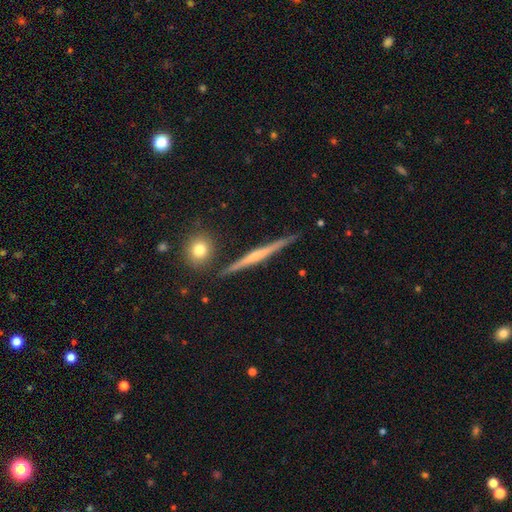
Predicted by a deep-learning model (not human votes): Q: Smooth or featured?
A: featured or disk (75%); runner-up: smooth (17%)
Q: Edge-on disk?
A: yes (98%); runner-up: no (2%)
Q: Edge-on bulge?
A: rounded (64%); runner-up: none (27%)
Q: Merging?
A: none (87%); runner-up: minor disturbance (7%)